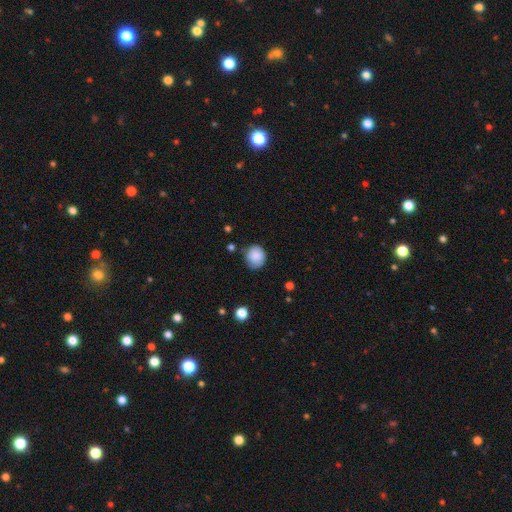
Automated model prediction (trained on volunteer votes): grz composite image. It shows a smooth galaxy with no disk features (85%) that is round (82%). Merging: none (73%).